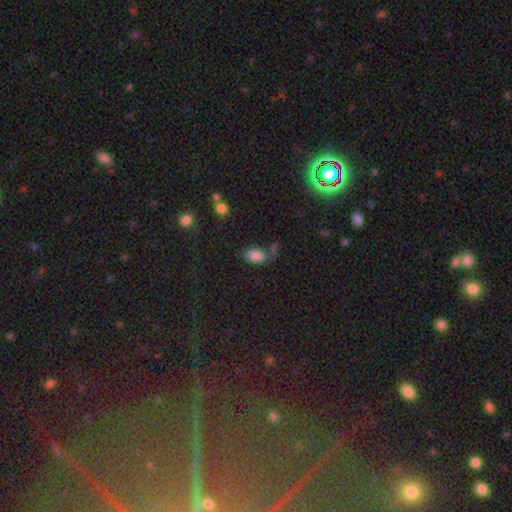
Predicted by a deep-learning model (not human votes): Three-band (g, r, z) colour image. It shows a smooth galaxy with no disk features (82%) that is in between round and cigar-shaped (92%). Merging: none (53%).